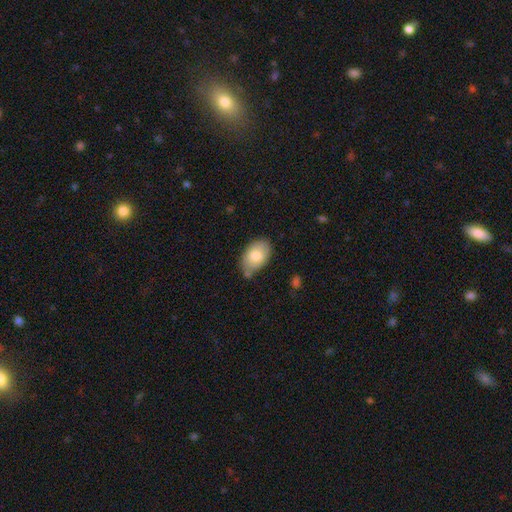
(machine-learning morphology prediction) smooth-or-featured: smooth: 79% | featured or disk: 14% | star or artifact: 7%
  how-rounded: in between: 90% | round: 8% | cigar-shaped: 1%
  merging: none: 69% | minor disturbance: 21% | merger: 6% | major disturbance: 4%